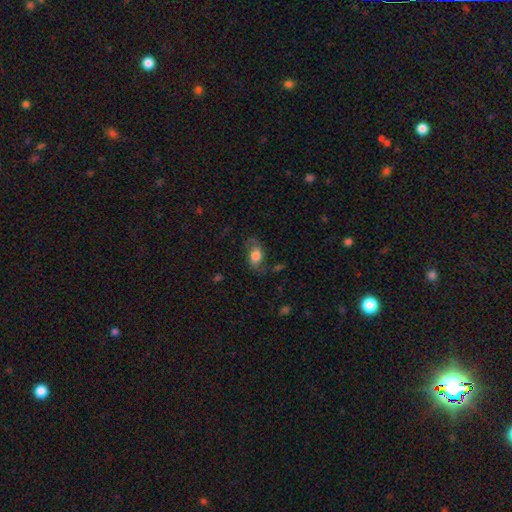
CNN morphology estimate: Smooth or featured?
  - smooth: 48% *
  - featured or disk: 43%
  - star or artifact: 9%
Merging?
  - none: 62% *
  - minor disturbance: 22%
  - major disturbance: 14%
  - merger: 2%